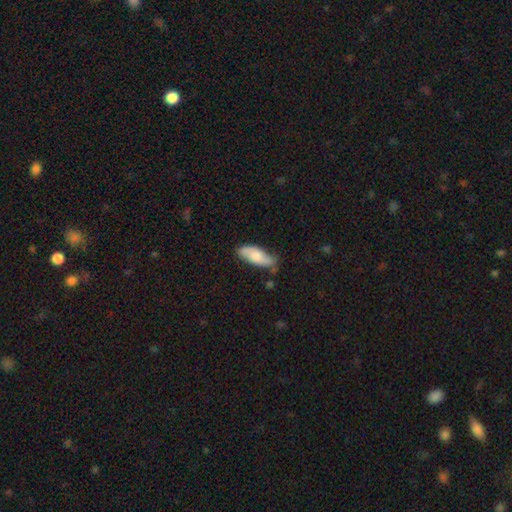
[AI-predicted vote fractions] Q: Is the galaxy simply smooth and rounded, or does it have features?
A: smooth — 65%.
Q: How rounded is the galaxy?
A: in between — 76%.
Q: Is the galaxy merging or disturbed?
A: none — 63%.